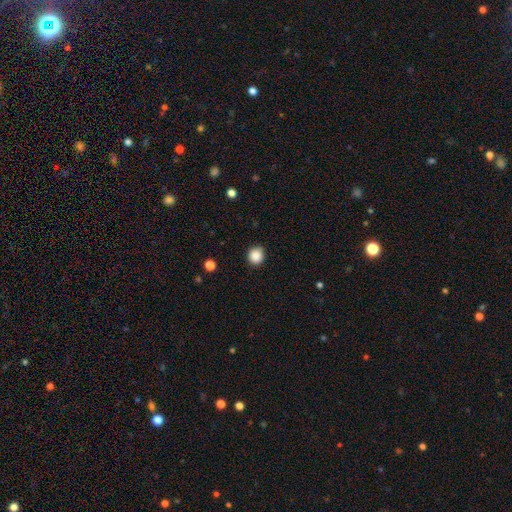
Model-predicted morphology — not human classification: Smooth or featured? smooth (88%)
How rounded? round (87%)
Merging? none (89%)